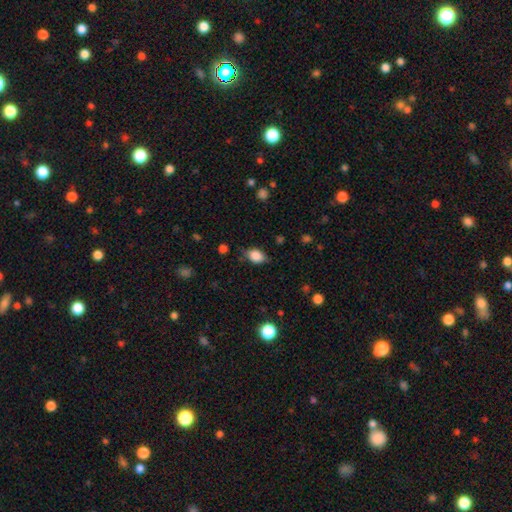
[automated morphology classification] This is clearly a smooth galaxy (86%). How rounded: likely in between (80%). Merging: likely none (74%).